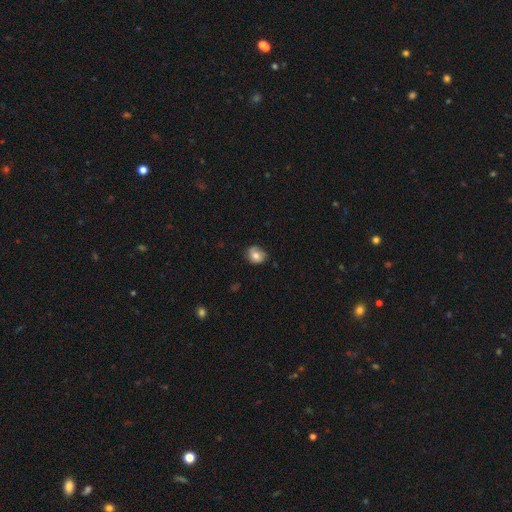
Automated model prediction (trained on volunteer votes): A smooth galaxy with no disk features (70%) that is round (66%).

Vote fractions:
- Smooth or featured? smooth: 70% / featured or disk: 21% / star or artifact: 9%
- How rounded? round: 66% / in between: 34% / cigar-shaped: 1%
- Merging? none: 66% / minor disturbance: 27% / major disturbance: 6% / merger: 1%